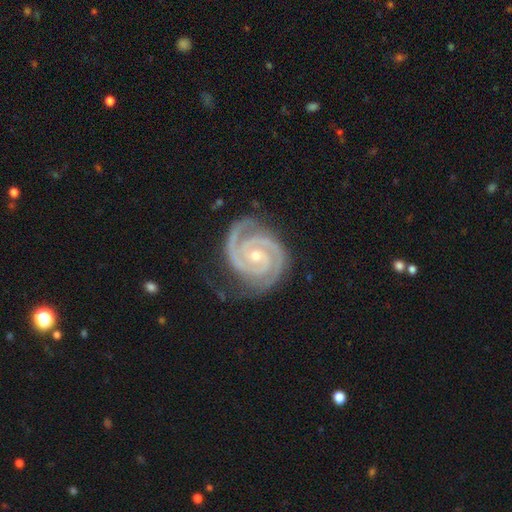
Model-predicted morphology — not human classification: Smooth or featured: featured or disk — 94% (star or artifact — 4%)
Edge-on disk: no — 98% (yes — 2%)
Bar: no — 61% (weak — 26%)
Spiral arms: yes — 99% (no — 1%)
Spiral winding: tight — 82% (medium — 17%)
Spiral arm count: 2 — 85% (3 — 9%)
Bulge size: small — 61% (moderate — 36%)
Merging: none — 76% (minor disturbance — 18%)